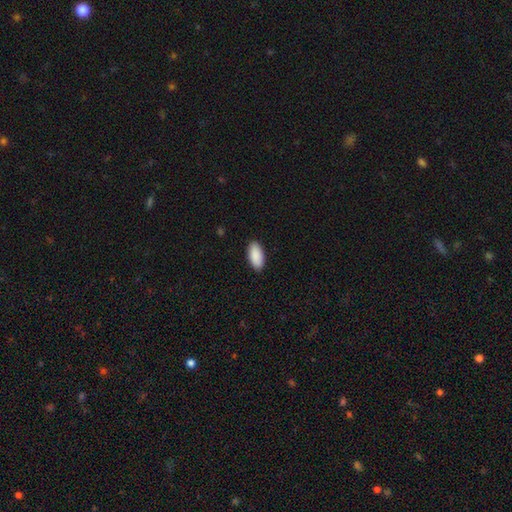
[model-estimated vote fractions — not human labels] Smooth or featured? Predicted: smooth (p=0.91). How rounded? Predicted: in between (p=0.93). Merging? Predicted: none (p=0.90).